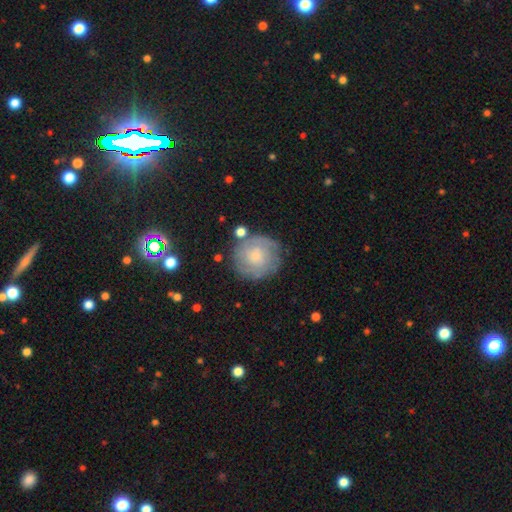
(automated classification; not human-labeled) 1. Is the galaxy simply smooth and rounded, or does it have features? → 47% featured or disk, 45% smooth, 8% star or artifact.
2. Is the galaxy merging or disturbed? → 74% none, 15% minor disturbance, 6% major disturbance, 4% merger.